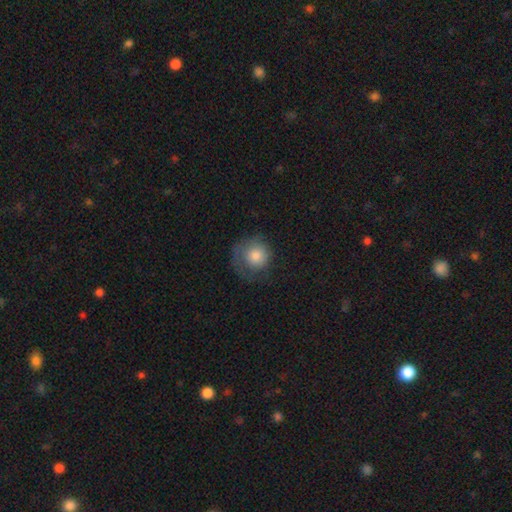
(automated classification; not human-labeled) Smooth or featured: smooth — 76% (featured or disk — 16%)
How rounded: round — 90% (in between — 9%)
Merging: none — 55% (minor disturbance — 24%)